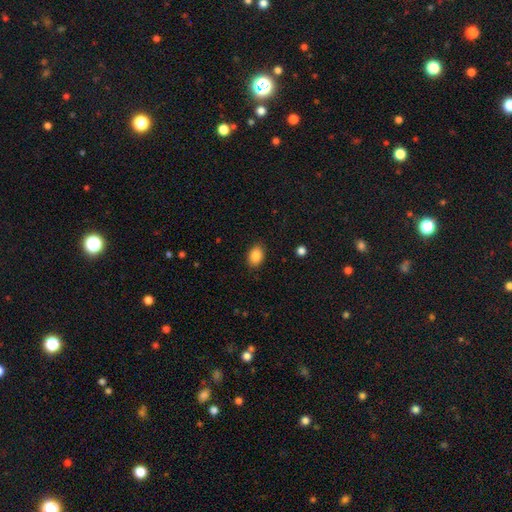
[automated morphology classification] Smooth or featured? Predicted: smooth (p=0.87). How rounded? Predicted: in between (p=0.82). Merging? Predicted: none (p=0.88).